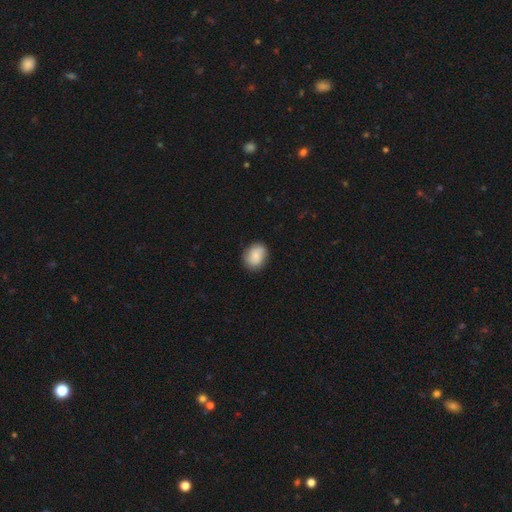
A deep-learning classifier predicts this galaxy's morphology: The model was most divided on "how rounded": round: 53%, in between: 46%, cigar-shaped: 1%. More confident: merging — none (80%); smooth or featured — smooth (76%).